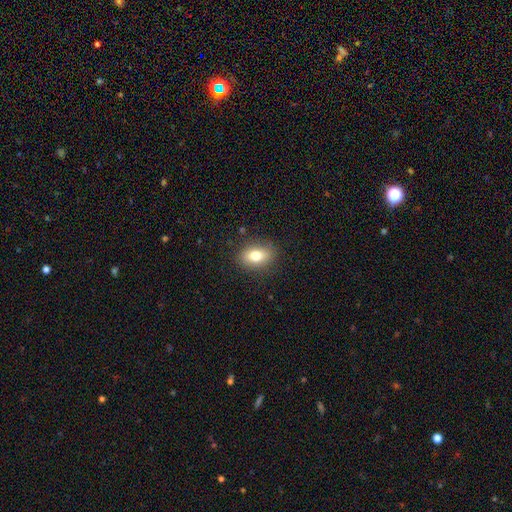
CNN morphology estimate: smooth-or-featured: smooth: 75% | featured or disk: 16% | star or artifact: 9%
  how-rounded: in between: 77% | round: 20% | cigar-shaped: 4%
  merging: none: 85% | minor disturbance: 11% | major disturbance: 3% | merger: 1%